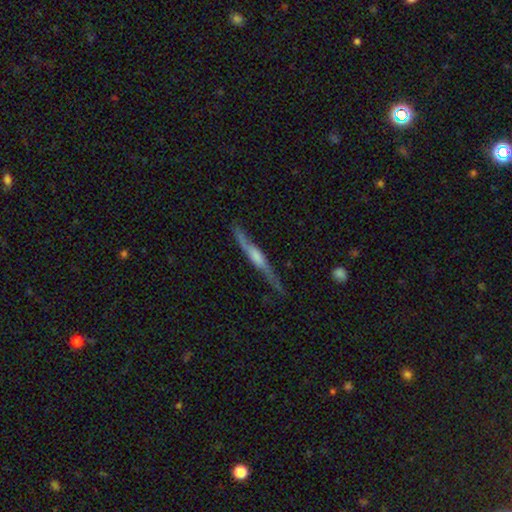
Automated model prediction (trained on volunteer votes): Smooth or featured? featured or disk (70%)
Edge-on disk? yes (92%)
Edge-on bulge? rounded (55%)
Merging? none (74%)